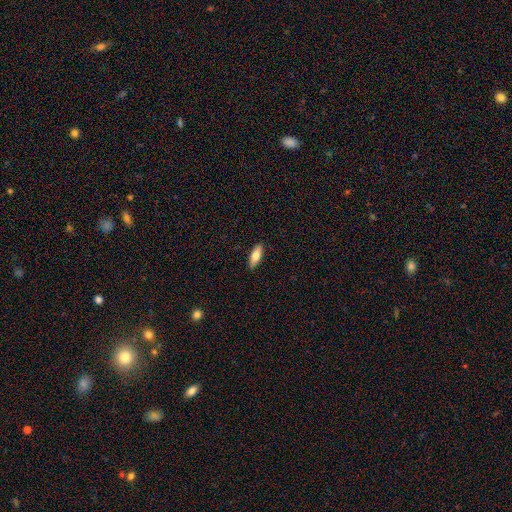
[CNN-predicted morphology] A smooth galaxy with no disk features (72%) that is in between round and cigar-shaped (68%). Merging: none (89%).